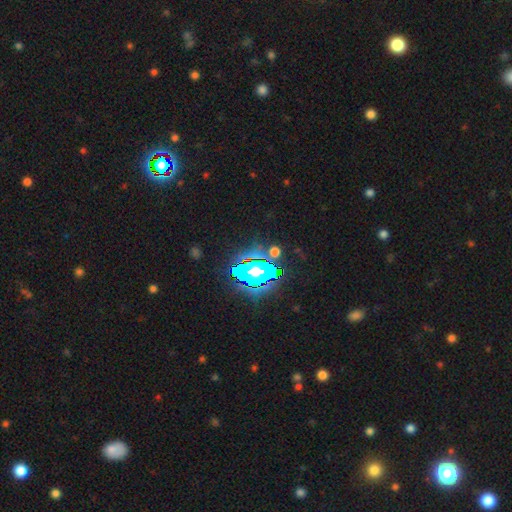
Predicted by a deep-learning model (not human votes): smooth_or_featured: star or artifact (p=0.82) [alt: smooth p=0.10]